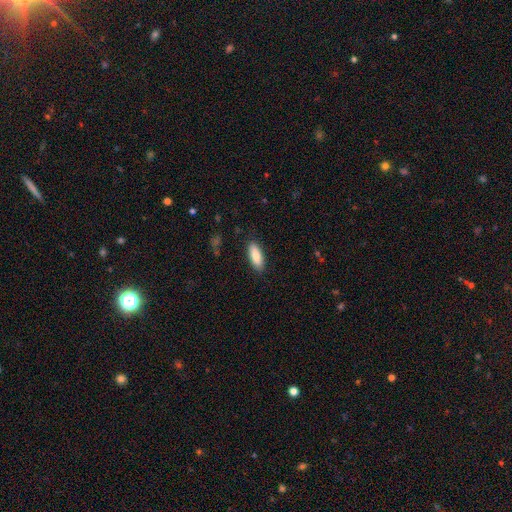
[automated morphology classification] Overall: smooth (85%). How rounded: in between (71%). Merging: none (87%).